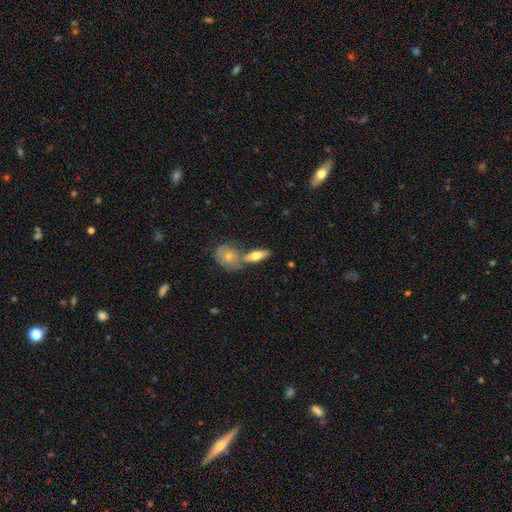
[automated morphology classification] This appears to be a smooth galaxy with no disk features (65%) that is in between round and cigar-shaped (67%). Merging: none (49%).